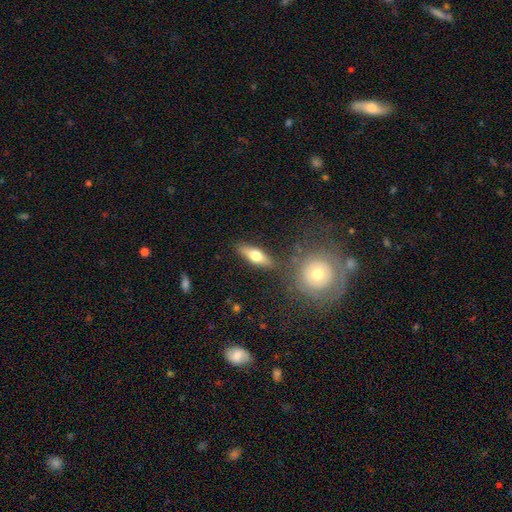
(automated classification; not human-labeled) Morphology: type=smooth (56%); roundness=in between (56%); merging=none (81%).